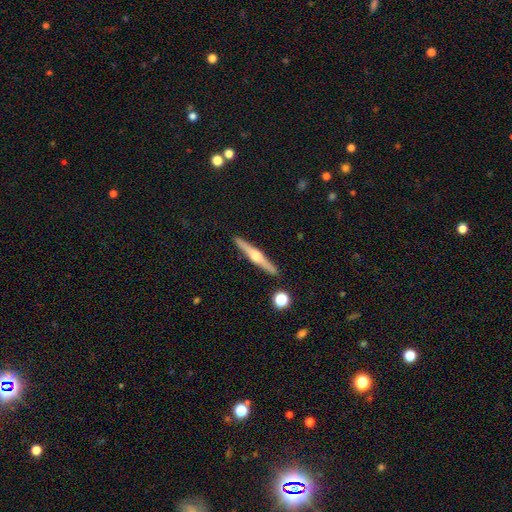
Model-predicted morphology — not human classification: Smooth or featured? featured or disk (75%)
Edge-on disk? yes (98%)
Edge-on bulge? rounded (90%)
Merging? none (91%)